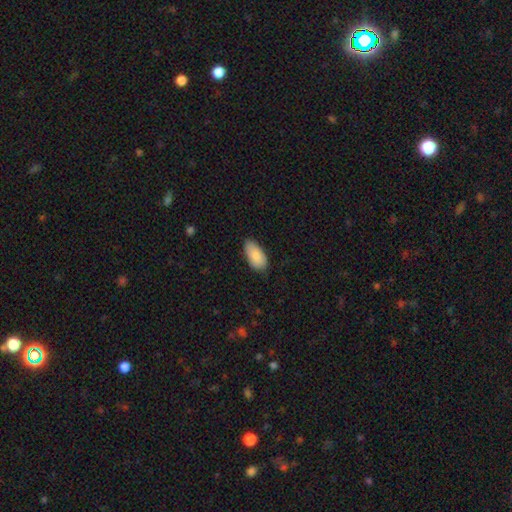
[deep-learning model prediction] smooth_or_featured: smooth (p=0.85) [alt: featured or disk p=0.09]
how_rounded: in between (p=0.94) [alt: cigar-shaped p=0.03]
merging: none (p=0.73) [alt: minor disturbance p=0.23]